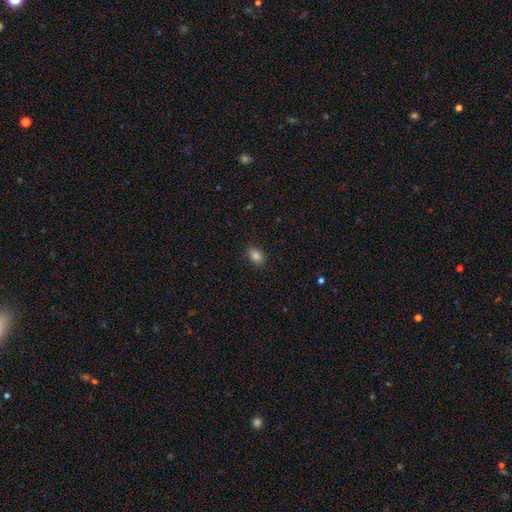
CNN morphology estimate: Overall: smooth (84%). How rounded: in between (80%). Merging: none (88%).